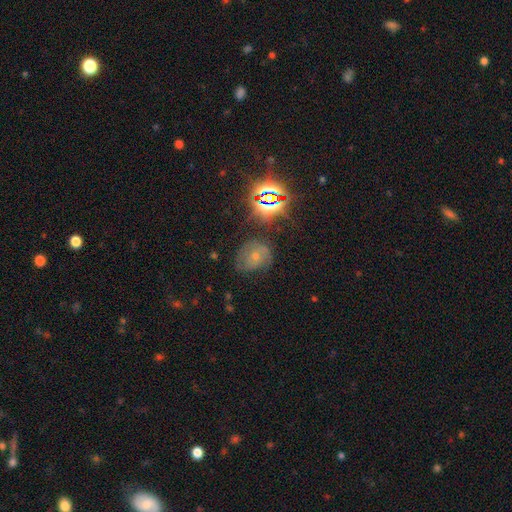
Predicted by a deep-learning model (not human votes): This is marginally a featured or disk galaxy (41%). Merging: possibly none (56%).